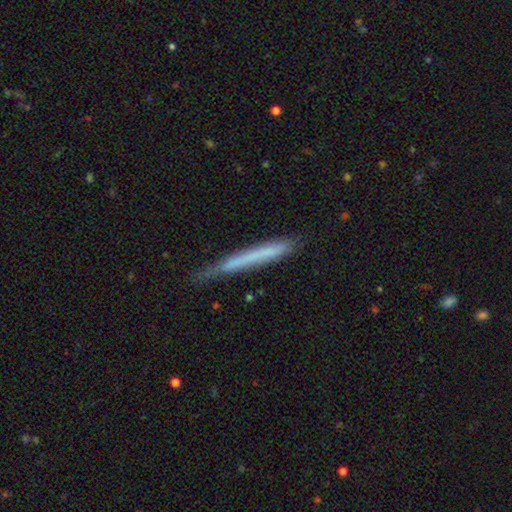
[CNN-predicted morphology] smooth_or_featured: smooth (p=0.59) [alt: featured or disk p=0.35]
how_rounded: cigar-shaped (p=0.97) [alt: in between p=0.02]
merging: none (p=0.75) [alt: minor disturbance p=0.20]